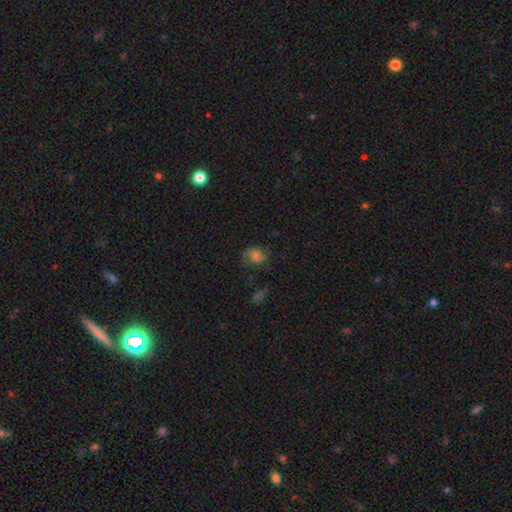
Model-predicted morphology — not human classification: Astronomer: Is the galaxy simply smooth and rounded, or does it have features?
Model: smooth — 46% (runner-up: featured or disk, 40%).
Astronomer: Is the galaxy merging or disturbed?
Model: none — 58%.